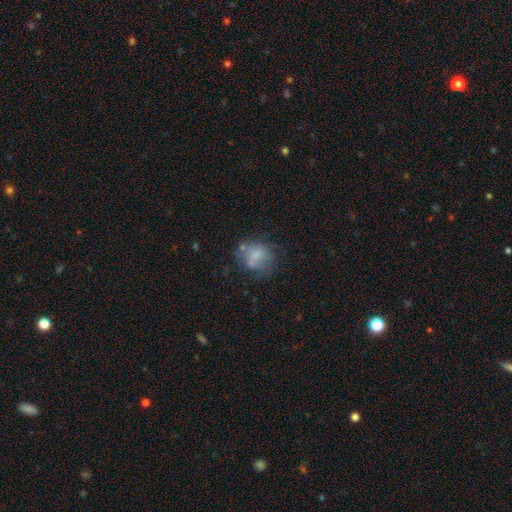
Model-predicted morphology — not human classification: Smooth or featured? smooth (60%)
How rounded? round (60%)
Merging? none (43%)